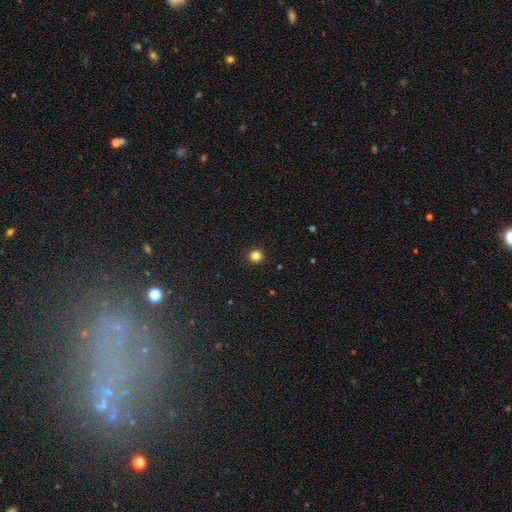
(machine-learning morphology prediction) A smooth galaxy with no disk features (83%) that is round (94%). Merging: none (93%).